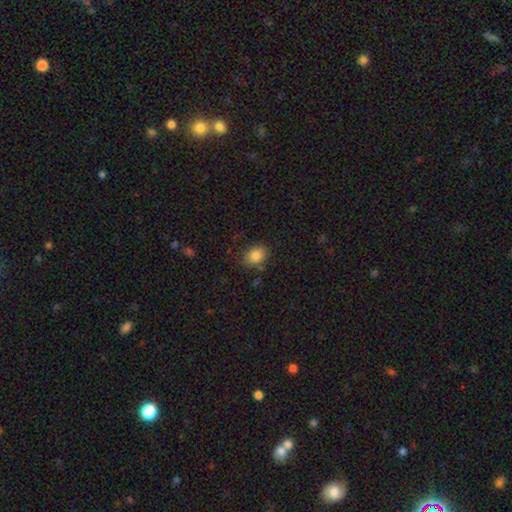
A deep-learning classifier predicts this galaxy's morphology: Smooth or featured? Predicted: smooth (p=0.84). How rounded? Predicted: in between (p=0.66). Merging? Predicted: none (p=0.78).